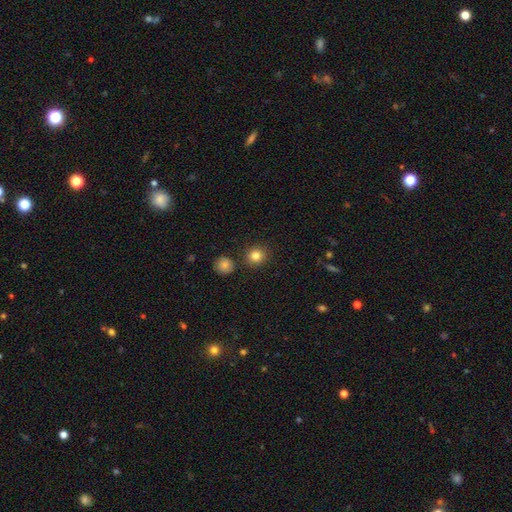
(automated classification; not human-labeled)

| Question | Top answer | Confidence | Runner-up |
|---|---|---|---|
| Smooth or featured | smooth | 84% | star or artifact (11%) |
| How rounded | round | 91% | in between (8%) |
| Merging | none | 87% | minor disturbance (6%) |